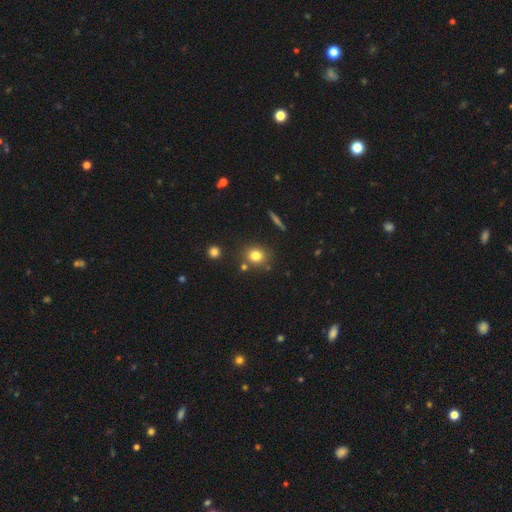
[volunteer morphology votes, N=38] smooth-or-featured: smooth: 82% | featured or disk: 13% | star or artifact: 5%
  how-rounded: round: 90% | in between: 10% | cigar-shaped: 0%
  merging: none: 89% | minor disturbance: 8% | merger: 3% | major disturbance: 0%